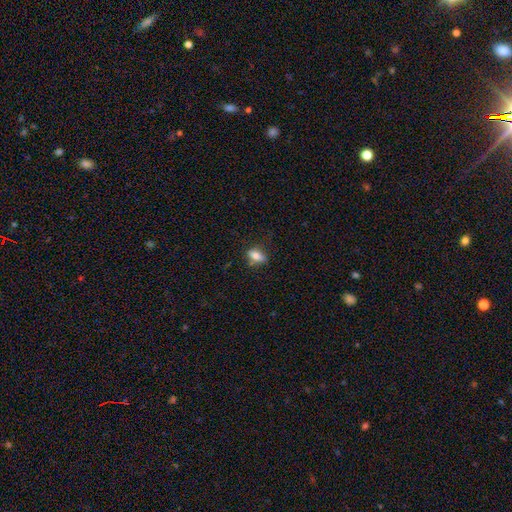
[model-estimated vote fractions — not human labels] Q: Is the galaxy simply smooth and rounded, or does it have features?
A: smooth — 78%.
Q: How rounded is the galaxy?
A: in between — 80%.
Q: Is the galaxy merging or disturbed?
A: none — 69%.